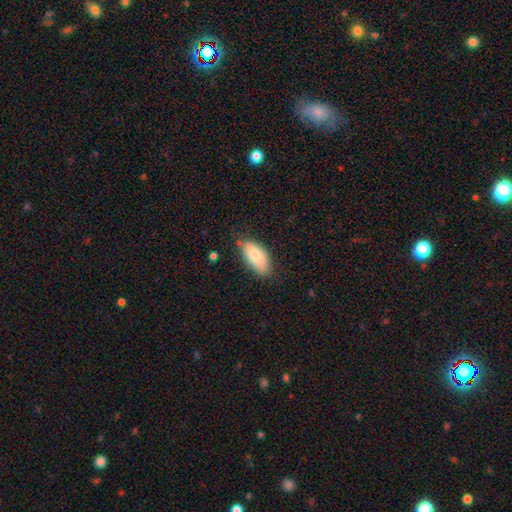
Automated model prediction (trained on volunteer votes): Smooth or featured? smooth (81%)
How rounded? in between (91%)
Merging? none (72%)